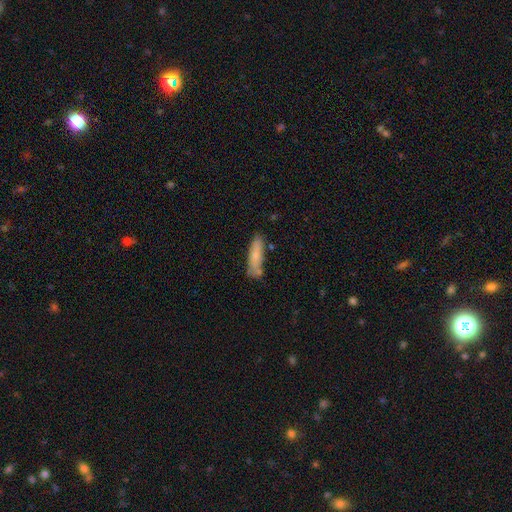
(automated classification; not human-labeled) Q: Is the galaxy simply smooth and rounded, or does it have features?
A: smooth — 76%.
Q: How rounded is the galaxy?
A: cigar-shaped — 64%.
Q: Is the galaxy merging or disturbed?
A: none — 69%.